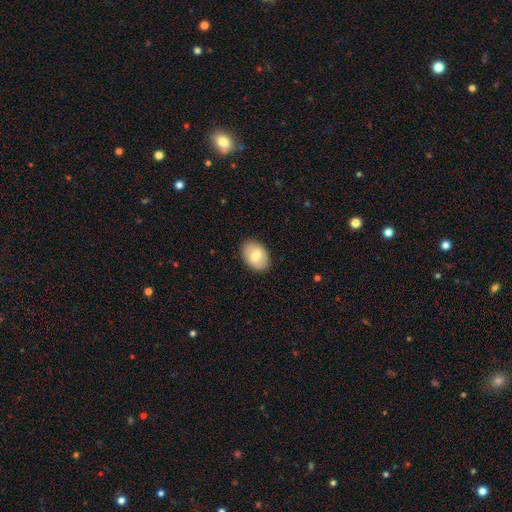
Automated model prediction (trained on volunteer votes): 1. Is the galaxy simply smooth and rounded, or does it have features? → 72% smooth, 21% featured or disk, 7% star or artifact.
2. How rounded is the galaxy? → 80% in between, 19% round, 1% cigar-shaped.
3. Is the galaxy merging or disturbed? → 88% none, 9% minor disturbance, 2% major disturbance, 1% merger.